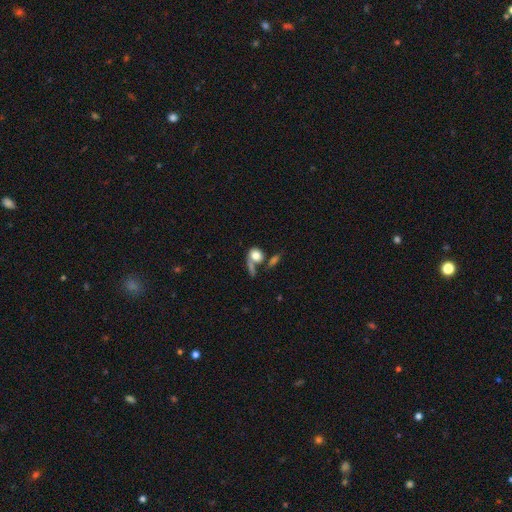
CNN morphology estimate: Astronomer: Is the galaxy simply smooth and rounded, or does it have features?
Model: smooth — 74%.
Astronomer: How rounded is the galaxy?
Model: round — 55% (runner-up: in between, 41%).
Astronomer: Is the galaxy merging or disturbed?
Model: merger — 37% (runner-up: none, 34%).